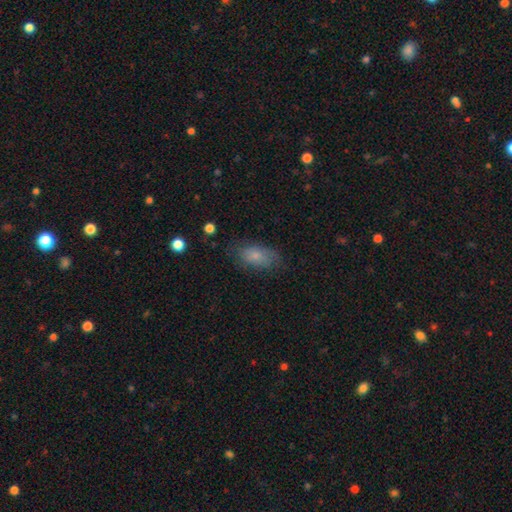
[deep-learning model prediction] Smooth or featured: smooth — 73% (featured or disk — 19%)
How rounded: in between — 90% (round — 5%)
Merging: none — 69% (minor disturbance — 22%)